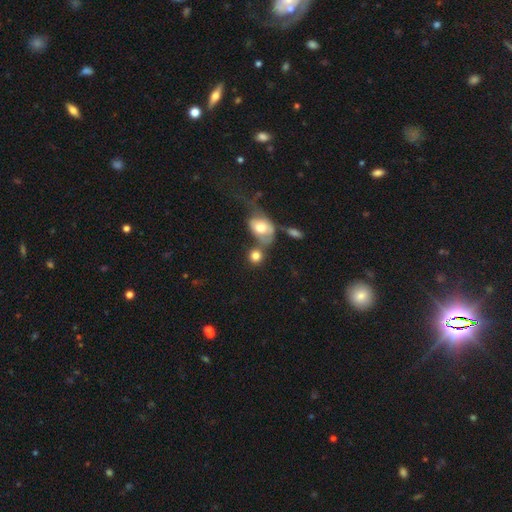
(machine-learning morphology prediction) smooth_or_featured: smooth (p=0.78) [alt: featured or disk p=0.13]
how_rounded: round (p=0.76) [alt: in between p=0.23]
merging: none (p=0.40) [tied with: merger p=0.40]